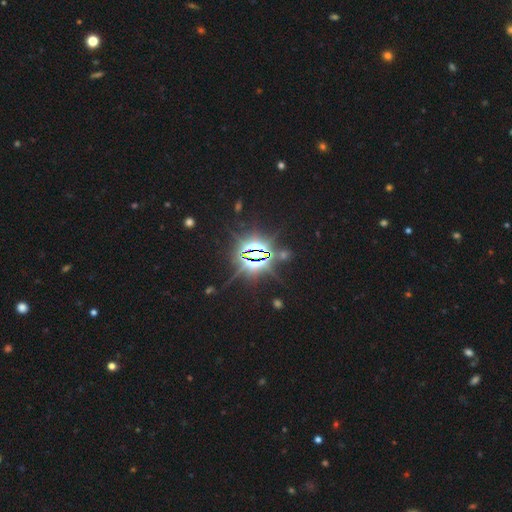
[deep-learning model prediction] smooth-or-featured: star or artifact: 87% | featured or disk: 7% | smooth: 6%